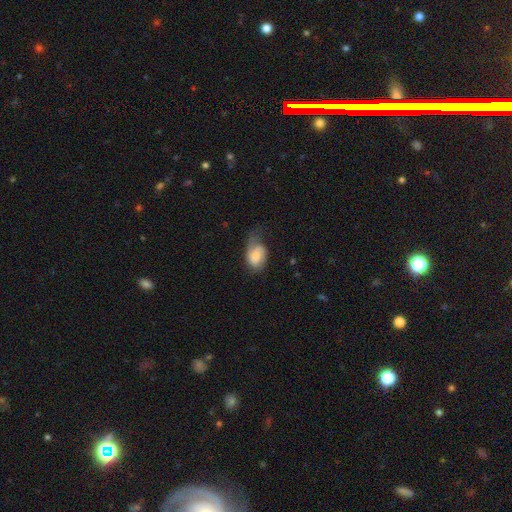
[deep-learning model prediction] A smooth galaxy with no disk features (53%) that is in between round and cigar-shaped (84%).

Vote fractions:
- Smooth or featured? smooth: 53% / featured or disk: 40% / star or artifact: 7%
- How rounded? in between: 84% / round: 15% / cigar-shaped: 2%
- Merging? minor disturbance: 34% (tied) / none: 34% (tied) / major disturbance: 30% / merger: 2%